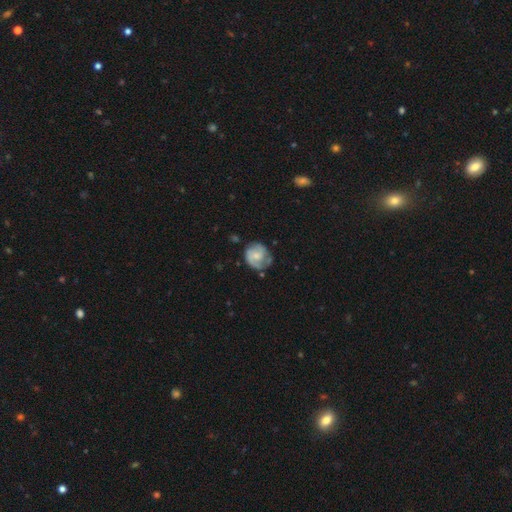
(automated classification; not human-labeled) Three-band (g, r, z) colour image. It shows a featured or disk galaxy (63%) with no bar (64%), 2 (56%) tight (45%) spiral arms (86%) and a small central bulge (48%). Merging: none (60%).